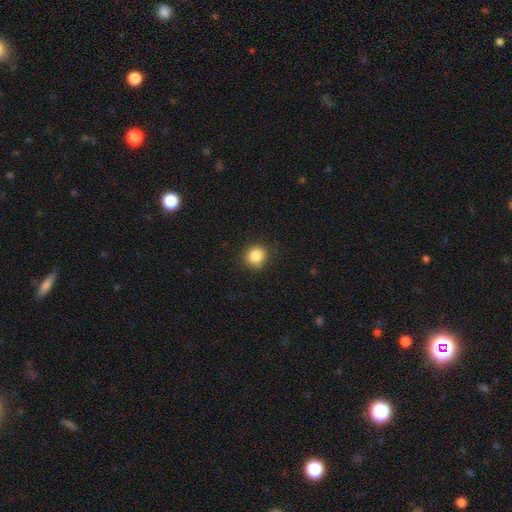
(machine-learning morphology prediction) smooth-or-featured: smooth: 85% | star or artifact: 11% | featured or disk: 4%
  how-rounded: round: 85% | in between: 14% | cigar-shaped: 1%
  merging: none: 84% | minor disturbance: 12% | major disturbance: 3% | merger: 1%